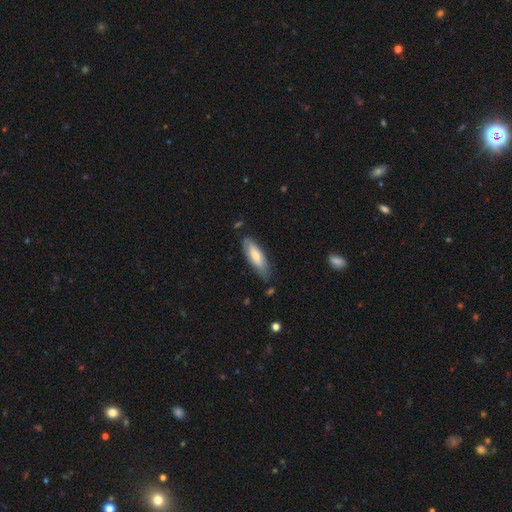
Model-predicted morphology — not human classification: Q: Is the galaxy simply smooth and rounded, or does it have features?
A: smooth — 60%.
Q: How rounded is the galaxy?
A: in between — 59%.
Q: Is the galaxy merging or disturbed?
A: none — 67%.